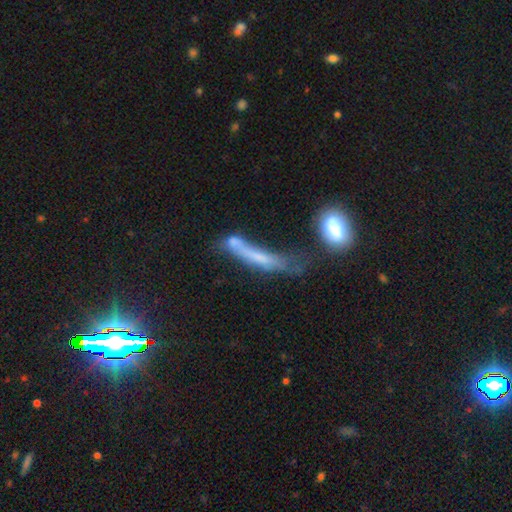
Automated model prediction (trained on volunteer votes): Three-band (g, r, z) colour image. It shows a smooth galaxy with no disk features (47%). Merging: merger (30%).